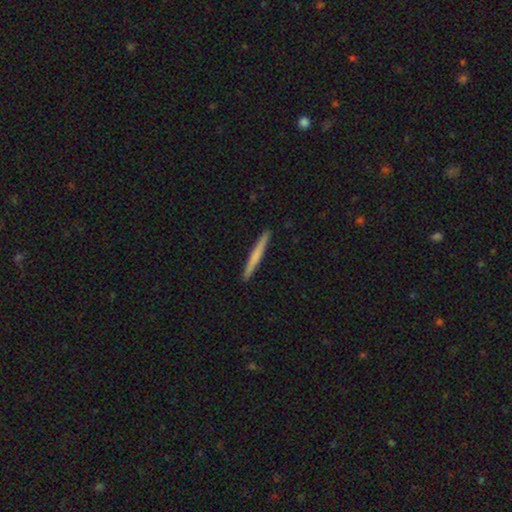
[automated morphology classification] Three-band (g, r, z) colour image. It shows a smooth galaxy with no disk features (61%) that is cigar-shaped (97%). Merging: none (93%).